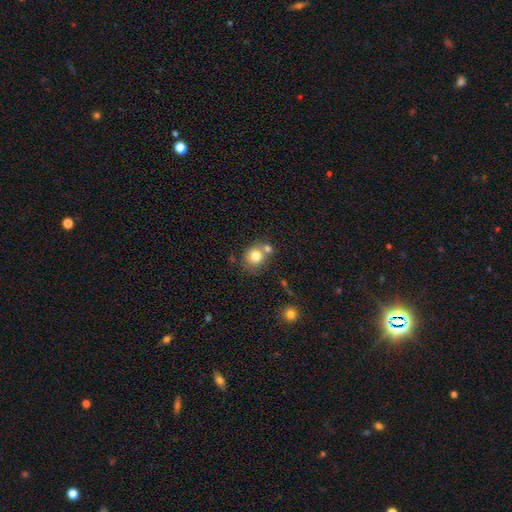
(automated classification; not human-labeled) A smooth galaxy with no disk features (79%) that is round (76%). Merging: none (55%).